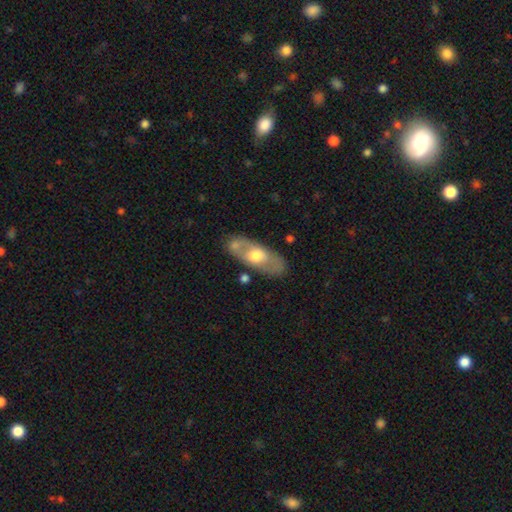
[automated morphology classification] Smooth or featured?
  - smooth: 48% *
  - featured or disk: 47%
  - star or artifact: 5%
Merging?
  - none: 76% *
  - minor disturbance: 15%
  - merger: 5%
  - major disturbance: 4%